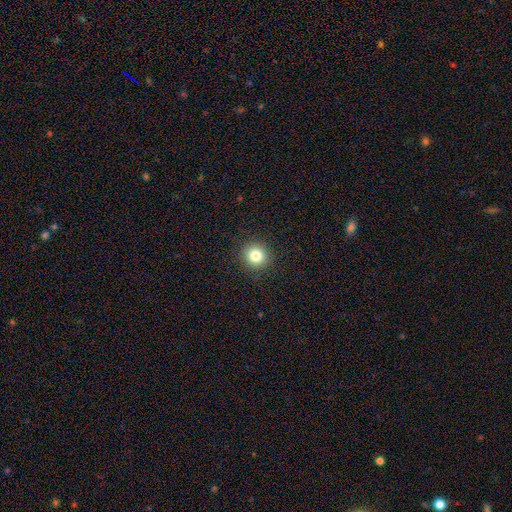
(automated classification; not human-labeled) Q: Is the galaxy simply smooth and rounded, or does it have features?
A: smooth — 82%.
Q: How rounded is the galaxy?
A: round — 92%.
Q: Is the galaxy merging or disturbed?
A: none — 91%.